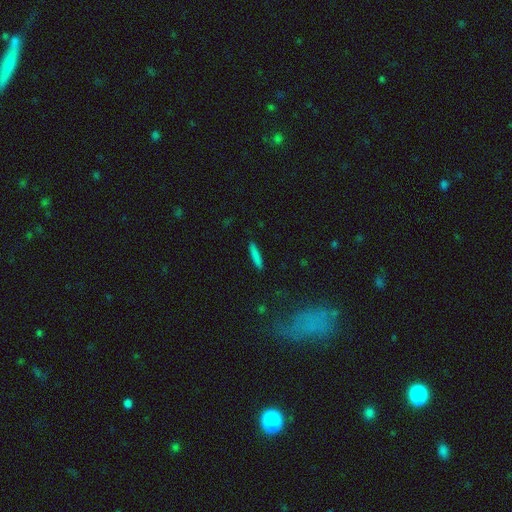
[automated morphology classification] Q: Smooth or featured?
A: smooth (81%); runner-up: featured or disk (11%)
Q: How rounded?
A: cigar-shaped (91%); runner-up: in between (7%)
Q: Merging?
A: none (90%); runner-up: minor disturbance (7%)